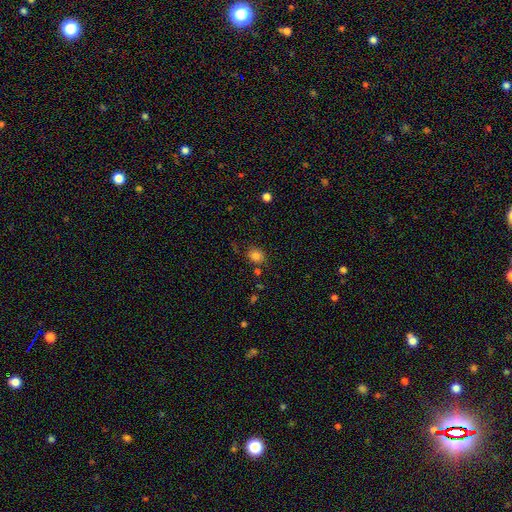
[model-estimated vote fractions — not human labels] smooth 82%, star or artifact 13%, featured or disk 5%. Down the decision tree: how rounded — round (69%); merging — none (78%).